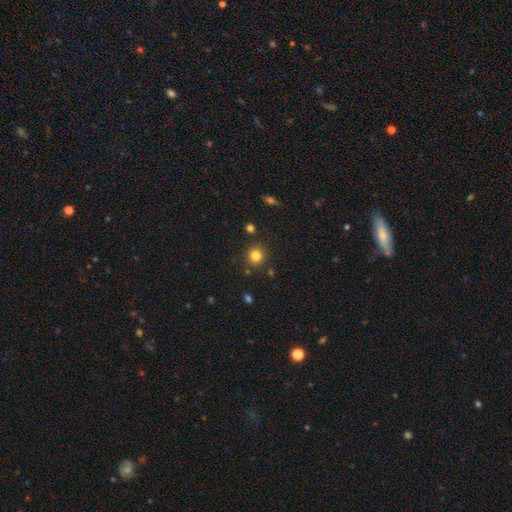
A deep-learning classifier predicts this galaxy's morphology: Smooth or featured? Predicted: smooth (p=0.82). How rounded? Predicted: round (p=0.87). Merging? Predicted: none (p=0.87).